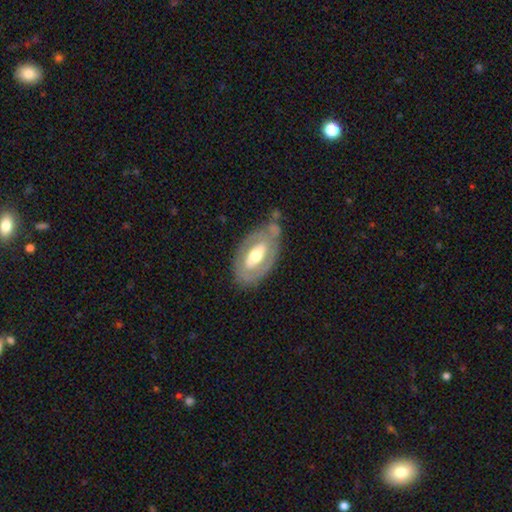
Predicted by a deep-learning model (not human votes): smooth-or-featured: featured or disk: 63% | smooth: 31% | star or artifact: 5%
  disk-edge-on: no: 90% | yes: 10%
    bar: no: 43% | strong: 28% | weak: 28%
    has-spiral-arms: no: 65% | yes: 35%
    bulge-size: moderate: 66% | large: 17% | small: 15% | dominant: 1% | none: 1%
  merging: none: 60% | minor disturbance: 23% | major disturbance: 10% | merger: 7%